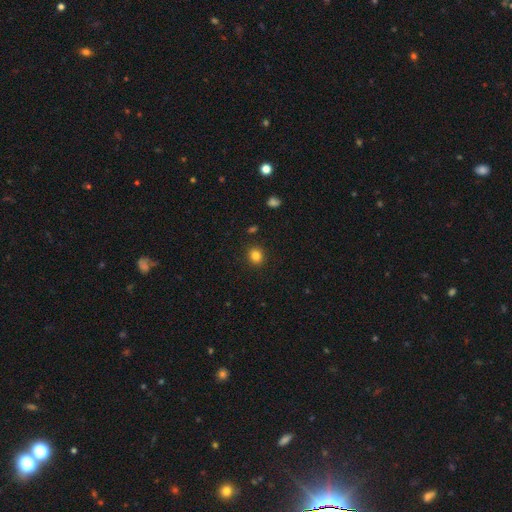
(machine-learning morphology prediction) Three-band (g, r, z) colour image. It shows a smooth galaxy with no disk features (83%) that is round (77%). Merging: none (90%).